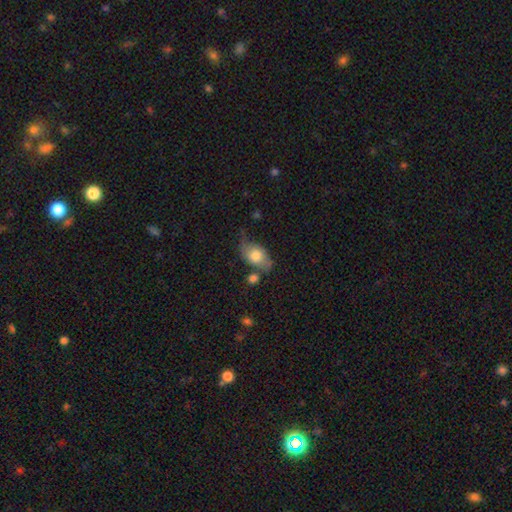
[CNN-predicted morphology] smooth 66%, featured or disk 27%, star or artifact 7%. Down the decision tree: how rounded — in between (86%); merging — none (51%).